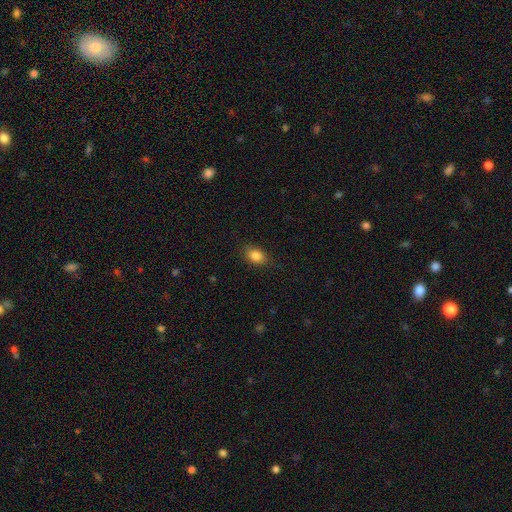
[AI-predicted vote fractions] Overall: smooth (85%). How rounded: in between (78%). Merging: none (85%).